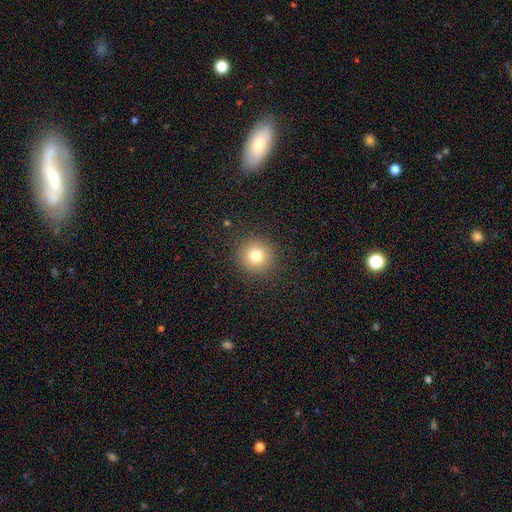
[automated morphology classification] smooth-or-featured: smooth: 78% | star or artifact: 13% | featured or disk: 9%
  how-rounded: round: 93% | in between: 6% | cigar-shaped: 1%
  merging: none: 90% | minor disturbance: 6% | major disturbance: 3% | merger: 1%